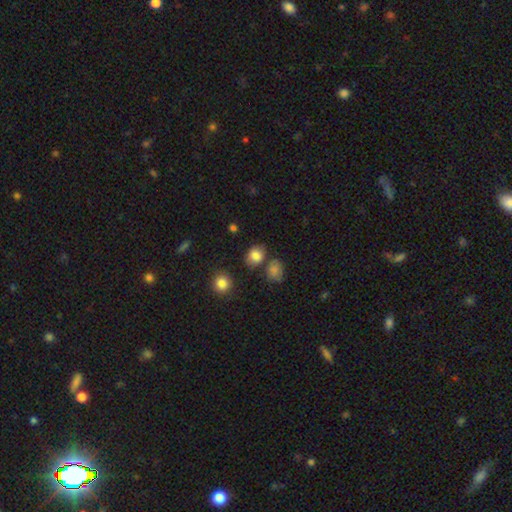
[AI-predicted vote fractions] A smooth galaxy with no disk features (82%) that is in between round and cigar-shaped (51%).

Vote fractions:
- Smooth or featured? smooth: 82% / star or artifact: 11% / featured or disk: 7%
- How rounded? in between: 51% / round: 48% / cigar-shaped: 1%
- Merging? none: 69% / minor disturbance: 16% / merger: 10% / major disturbance: 5%